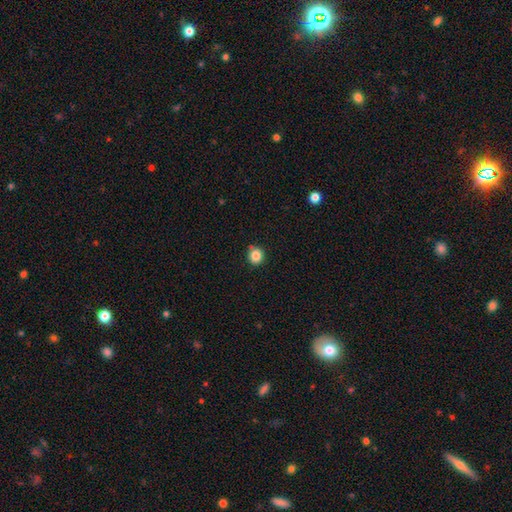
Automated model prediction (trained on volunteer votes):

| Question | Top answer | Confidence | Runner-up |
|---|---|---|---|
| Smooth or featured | smooth | 85% | star or artifact (11%) |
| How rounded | round | 87% | in between (12%) |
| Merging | none | 83% | minor disturbance (12%) |